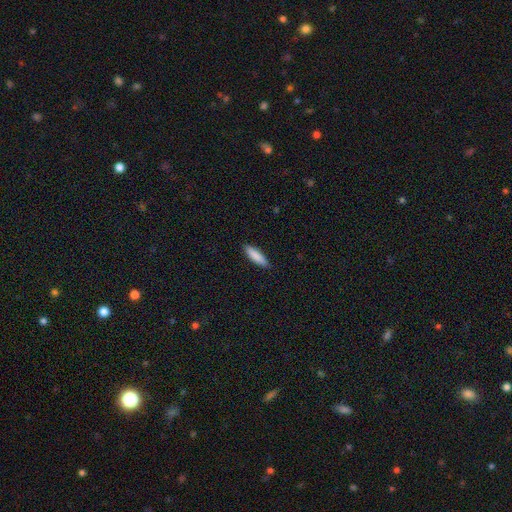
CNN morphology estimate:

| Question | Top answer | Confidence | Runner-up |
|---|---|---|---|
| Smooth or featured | smooth | 88% | featured or disk (7%) |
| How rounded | cigar-shaped | 64% | in between (35%) |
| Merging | none | 90% | minor disturbance (7%) |